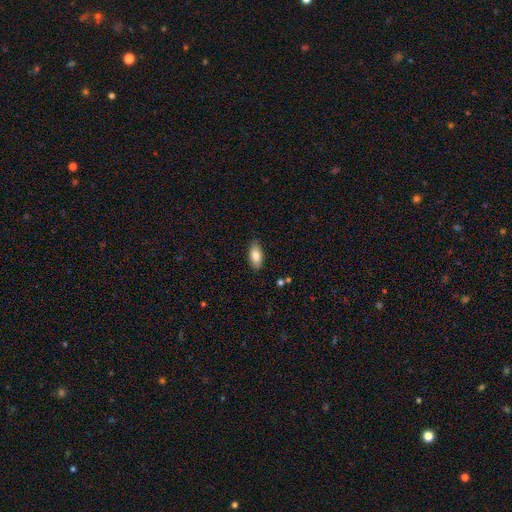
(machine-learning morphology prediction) Smooth or featured?
  - smooth: 83% *
  - featured or disk: 11%
  - star or artifact: 7%
How rounded?
  - in between: 89% *
  - cigar-shaped: 9%
  - round: 2%
Merging?
  - none: 85% *
  - minor disturbance: 11%
  - major disturbance: 2%
  - merger: 1%